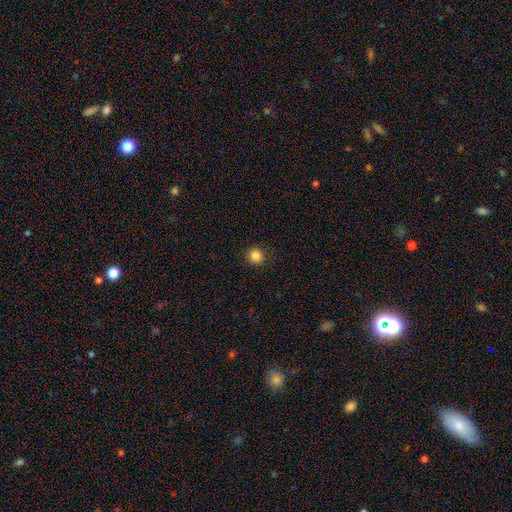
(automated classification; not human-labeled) This appears to be a smooth galaxy with no disk features (84%) that is round (94%). Merging: none (91%).